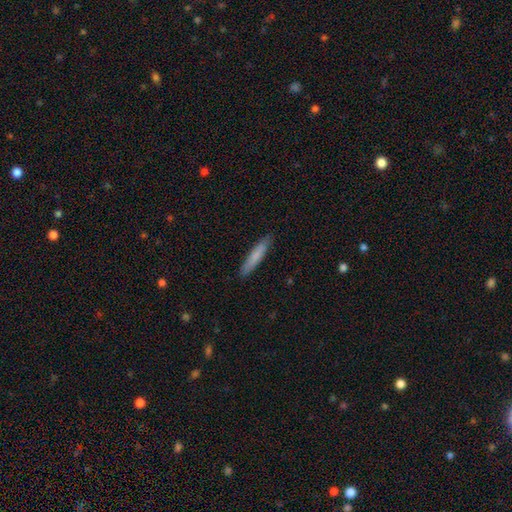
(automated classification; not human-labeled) Smooth or featured?
  - smooth: 79% *
  - featured or disk: 16%
  - star or artifact: 5%
How rounded?
  - cigar-shaped: 92% *
  - in between: 7%
  - round: 1%
Merging?
  - none: 90% *
  - minor disturbance: 8%
  - major disturbance: 2%
  - merger: 1%